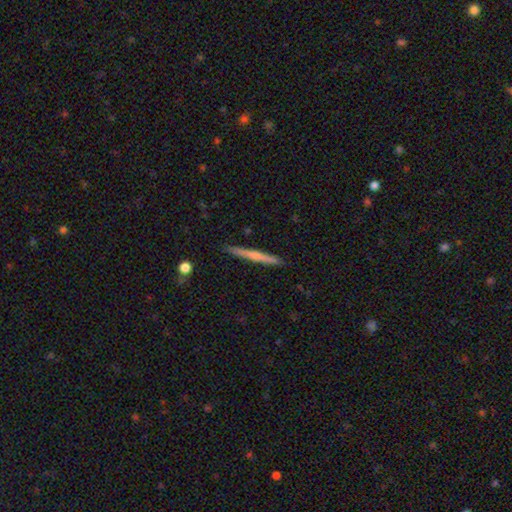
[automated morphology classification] The model was most divided on "smooth or featured": smooth: 50%, featured or disk: 44%, star or artifact: 6%. More confident: how rounded — cigar-shaped (96%); merging — none (91%).